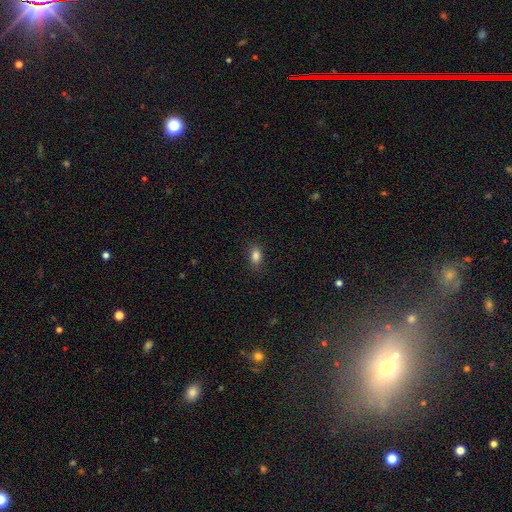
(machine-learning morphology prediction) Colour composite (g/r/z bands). It shows a smooth galaxy with no disk features (85%) that is in between round and cigar-shaped (85%). Merging: none (86%).